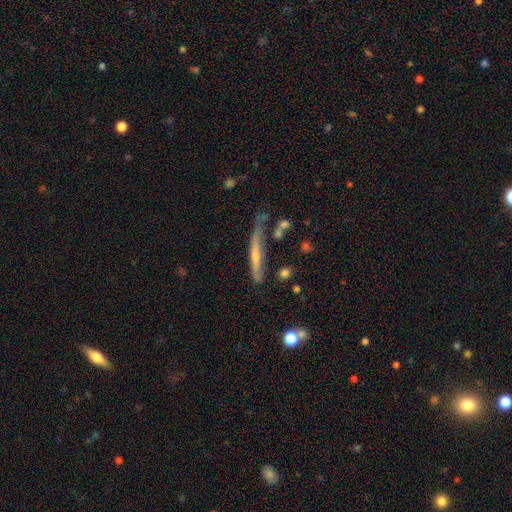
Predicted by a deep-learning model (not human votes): This appears to be a featured or disk galaxy (54%) viewed edge-on (90%). Merging: none (58%).